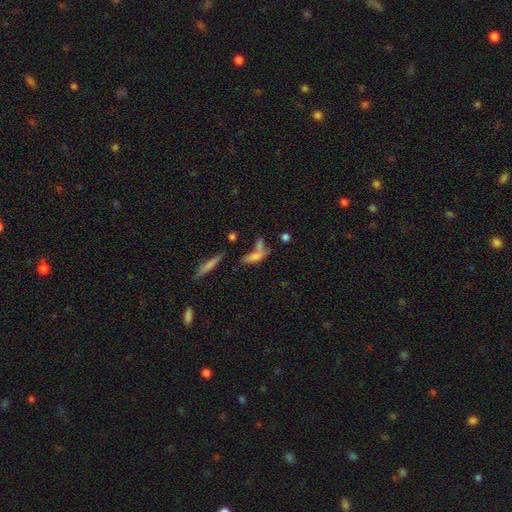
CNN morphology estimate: Smooth or featured?
  - smooth: 61% *
  - featured or disk: 26%
  - star or artifact: 13%
How rounded?
  - cigar-shaped: 48% *
  - in between: 47%
  - round: 5%
Merging?
  - merger: 39% *
  - none: 35%
  - minor disturbance: 14%
  - major disturbance: 12%